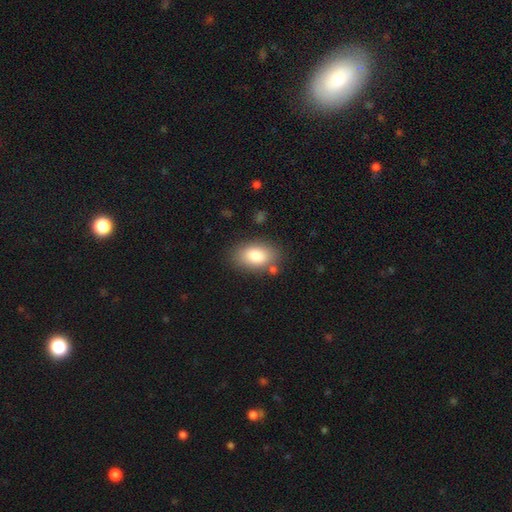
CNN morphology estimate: This is clearly a smooth galaxy (83%). How rounded: clearly in between (91%). Merging: likely none (79%).